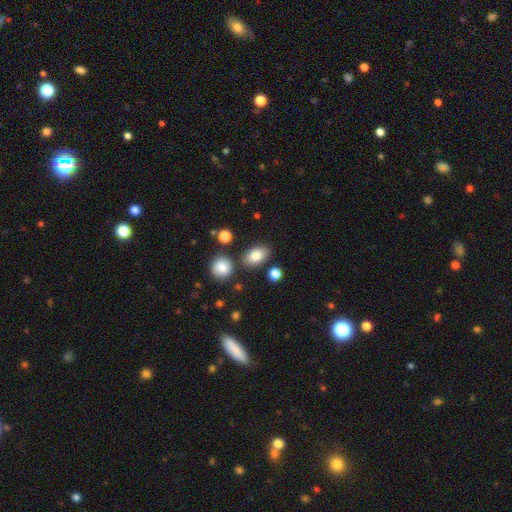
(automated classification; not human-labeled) smooth_or_featured: smooth (p=0.82) [alt: featured or disk p=0.09]
how_rounded: in between (p=0.84) [alt: round p=0.14]
merging: none (p=0.80) [alt: minor disturbance p=0.10]